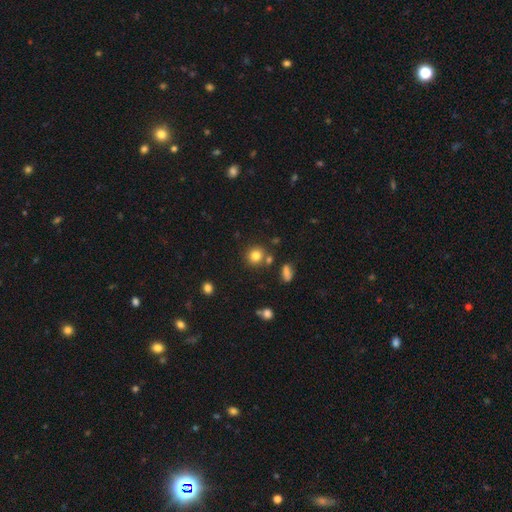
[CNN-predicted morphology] Q: Smooth or featured?
A: smooth (80%); runner-up: star or artifact (13%)
Q: How rounded?
A: round (85%); runner-up: in between (14%)
Q: Merging?
A: none (78%); runner-up: merger (10%)